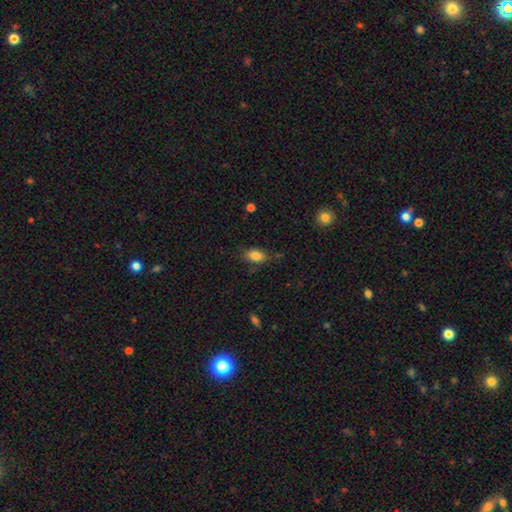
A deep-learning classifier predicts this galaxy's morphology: A smooth galaxy with no disk features (83%) that is in between round and cigar-shaped (88%). Merging: none (75%).